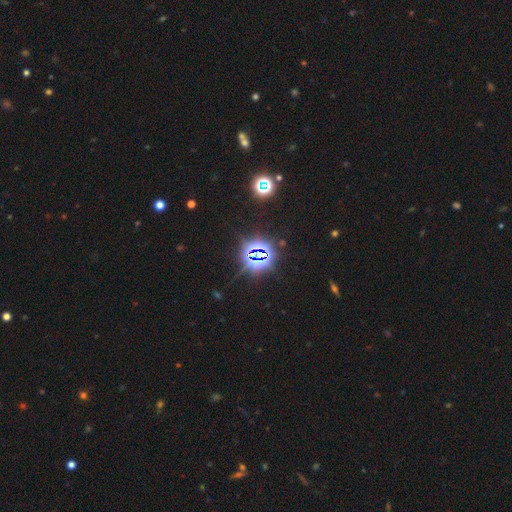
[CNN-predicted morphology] Smooth or featured: star or artifact — 81% (smooth — 11%)